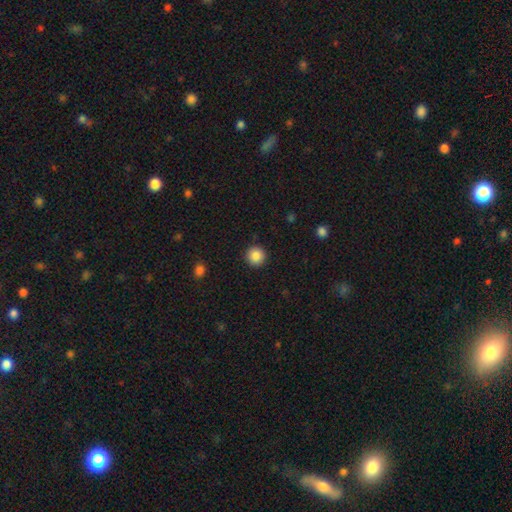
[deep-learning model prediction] smooth-or-featured: smooth: 87% | star or artifact: 9% | featured or disk: 4%
  how-rounded: round: 96% | in between: 3% | cigar-shaped: 1%
  merging: none: 92% | minor disturbance: 5% | major disturbance: 2% | merger: 1%